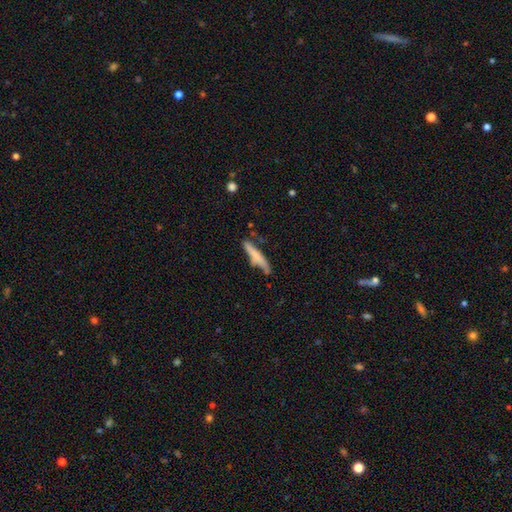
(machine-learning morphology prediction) smooth-or-featured: smooth: 67% | featured or disk: 27% | star or artifact: 6%
  how-rounded: cigar-shaped: 91% | in between: 8% | round: 1%
  merging: none: 67% | minor disturbance: 21% | merger: 6% | major disturbance: 5%